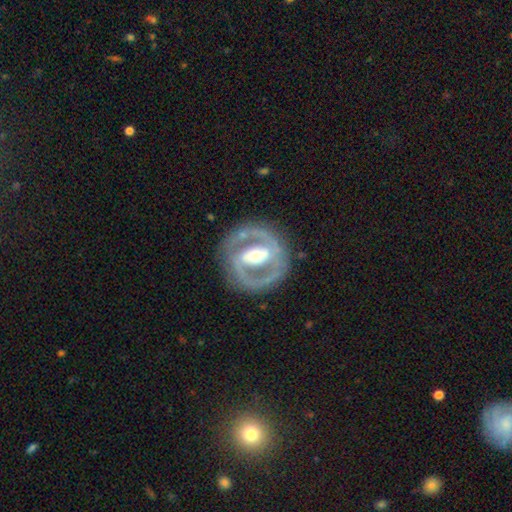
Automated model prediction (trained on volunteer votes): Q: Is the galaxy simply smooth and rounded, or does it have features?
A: featured or disk — 83%.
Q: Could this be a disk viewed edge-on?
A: no — 96%.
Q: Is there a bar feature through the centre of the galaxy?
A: strong — 50%.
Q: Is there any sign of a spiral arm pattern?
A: yes — 73%.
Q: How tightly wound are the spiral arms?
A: tight — 45%.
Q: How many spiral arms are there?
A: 2 — 84%.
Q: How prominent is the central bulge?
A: moderate — 66%.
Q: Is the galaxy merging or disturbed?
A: none — 81%.